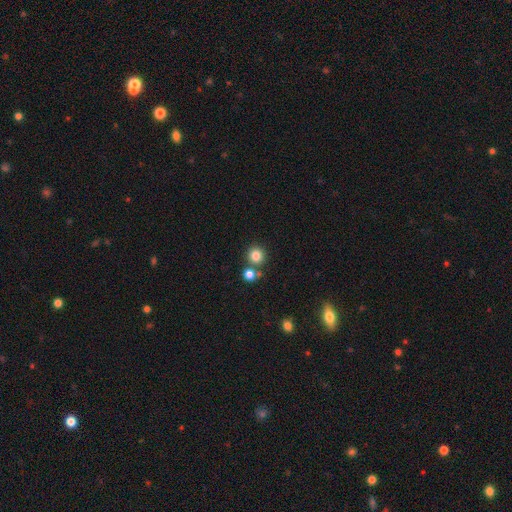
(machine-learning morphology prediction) Smooth or featured: smooth — 82% (star or artifact — 12%)
How rounded: round — 92% (in between — 7%)
Merging: none — 71% (merger — 19%)